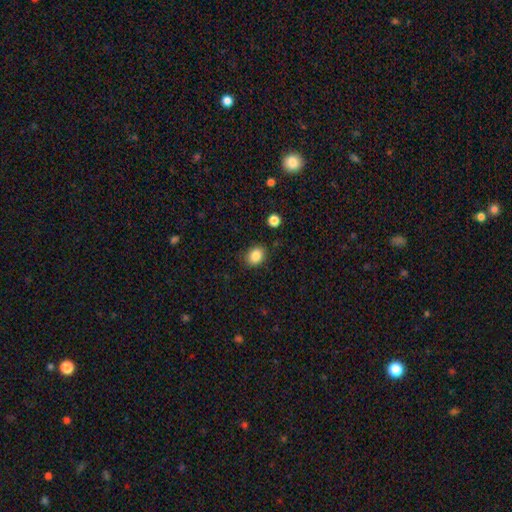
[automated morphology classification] Smooth or featured: smooth — 86% (star or artifact — 9%)
How rounded: in between — 60% (round — 39%)
Merging: none — 82% (minor disturbance — 13%)